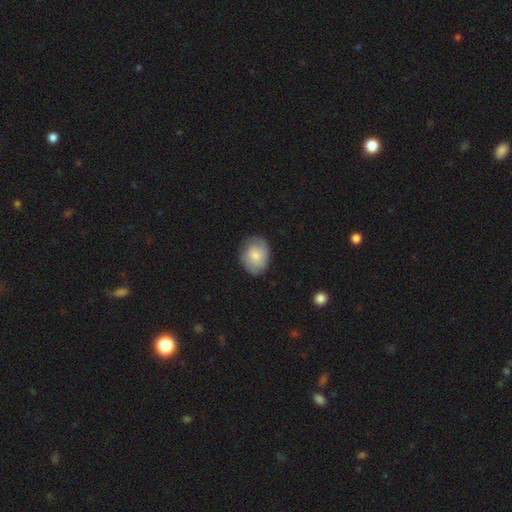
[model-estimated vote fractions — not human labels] Smooth or featured? Predicted: smooth (p=0.71). How rounded? Predicted: in between (p=0.53). Merging? Predicted: none (p=0.78).